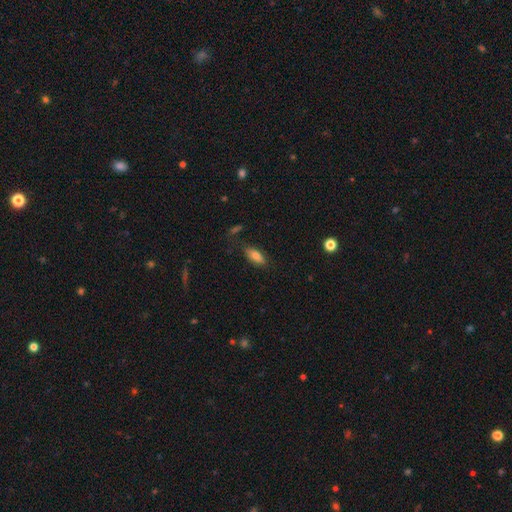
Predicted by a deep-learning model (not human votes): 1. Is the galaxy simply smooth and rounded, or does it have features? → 79% smooth, 13% featured or disk, 8% star or artifact.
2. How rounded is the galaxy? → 81% in between, 16% cigar-shaped, 3% round.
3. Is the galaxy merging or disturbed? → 77% none, 16% minor disturbance, 4% major disturbance, 3% merger.